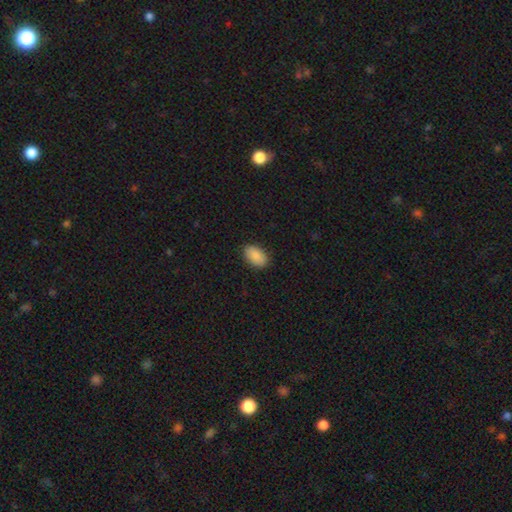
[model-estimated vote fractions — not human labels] smooth-or-featured: smooth: 87% | star or artifact: 7% | featured or disk: 6%
  how-rounded: in between: 91% | round: 7% | cigar-shaped: 1%
  merging: none: 87% | minor disturbance: 10% | major disturbance: 2% | merger: 1%